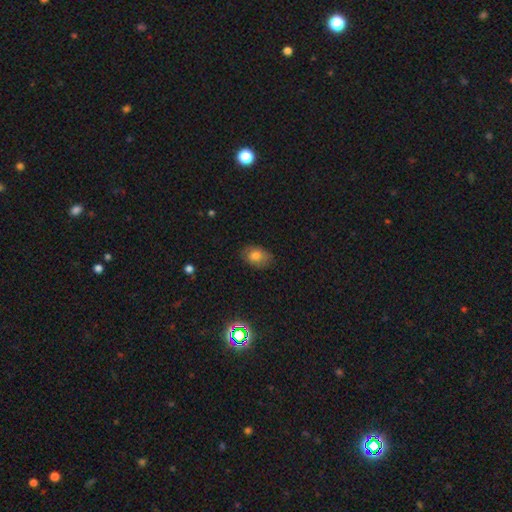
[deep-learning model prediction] A smooth galaxy with no disk features (78%) that is in between round and cigar-shaped (81%). Merging: none (80%).